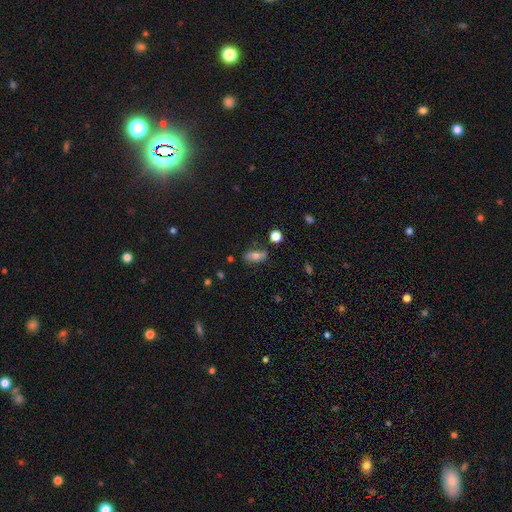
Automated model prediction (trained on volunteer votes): Q: Smooth or featured?
A: smooth (67%); runner-up: featured or disk (23%)
Q: How rounded?
A: in between (72%); runner-up: cigar-shaped (21%)
Q: Merging?
A: none (72%); runner-up: minor disturbance (19%)